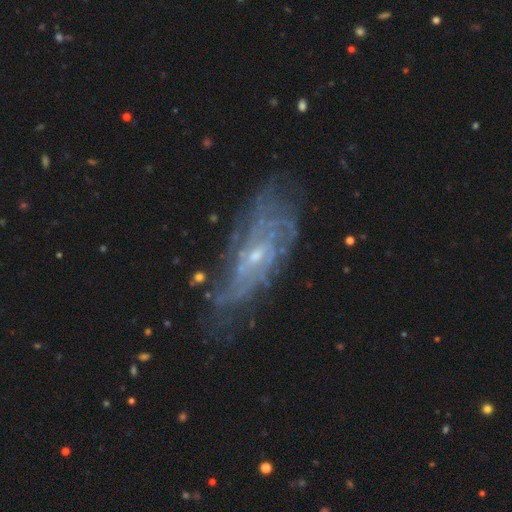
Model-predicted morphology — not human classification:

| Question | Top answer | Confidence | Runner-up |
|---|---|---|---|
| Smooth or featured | featured or disk | 77% | smooth (13%) |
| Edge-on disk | no | 86% | yes (14%) |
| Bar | no | 63% | weak (30%) |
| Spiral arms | yes | 82% | no (18%) |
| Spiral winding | tight | 53% | medium (31%) |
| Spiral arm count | can't tell | 58% | 2 (12%) |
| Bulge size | small | 77% | moderate (17%) |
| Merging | none | 65% | minor disturbance (21%) |